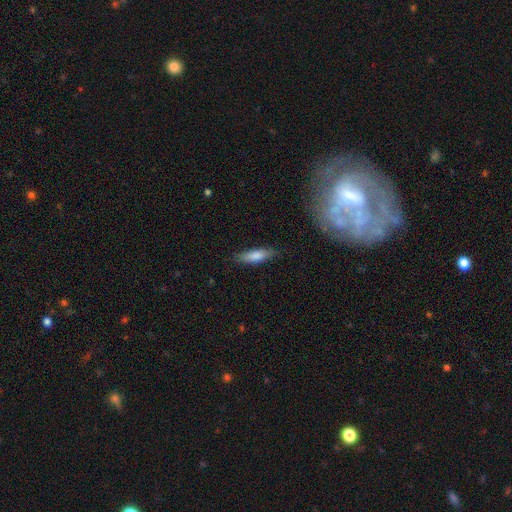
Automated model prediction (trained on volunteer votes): The model was most divided on "how rounded": cigar-shaped: 64%, in between: 34%, round: 2%. More confident: merging — none (83%); smooth or featured — smooth (73%).